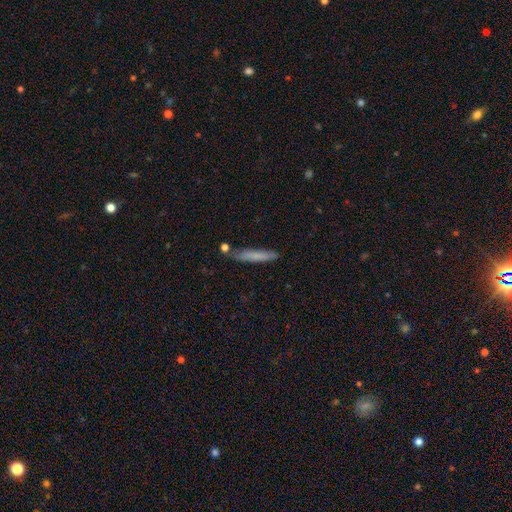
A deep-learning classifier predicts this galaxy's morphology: smooth_or_featured: smooth (p=0.70) [alt: featured or disk p=0.23]
how_rounded: cigar-shaped (p=0.93) [alt: in between p=0.05]
merging: none (p=0.79) [alt: minor disturbance p=0.13]